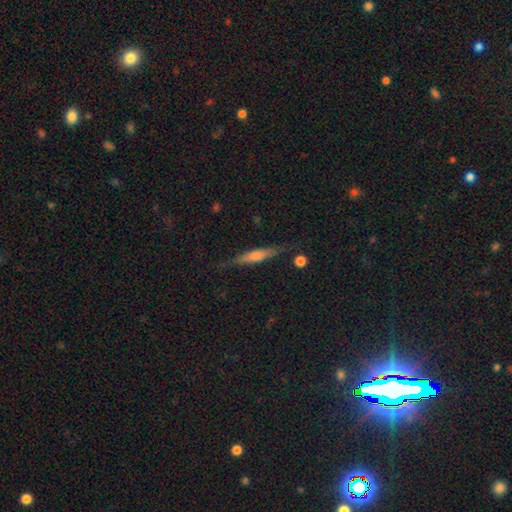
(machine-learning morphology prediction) Smooth or featured? featured or disk (49%)
Merging? none (80%)